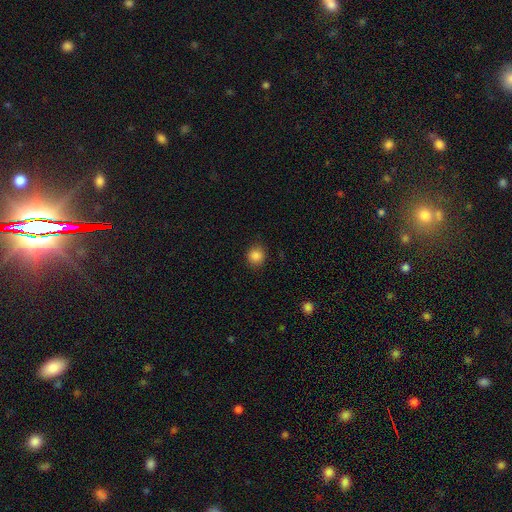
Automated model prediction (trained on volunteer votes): The model was most divided on "how rounded": round: 86%, in between: 13%, cigar-shaped: 1%. More confident: merging — none (88%); smooth or featured — smooth (86%).